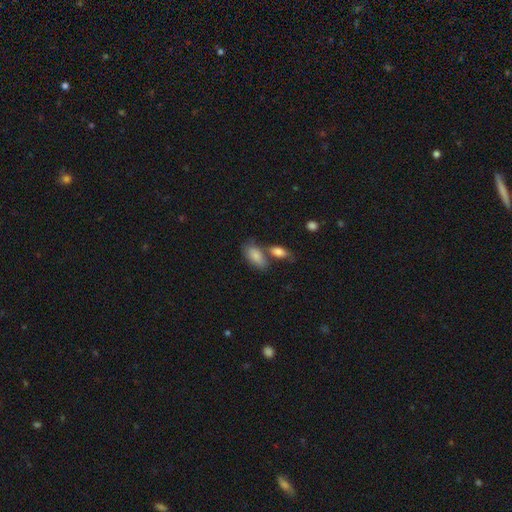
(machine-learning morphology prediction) A smooth galaxy with no disk features (84%) that is in between round and cigar-shaped (91%). Merging: none (47%).